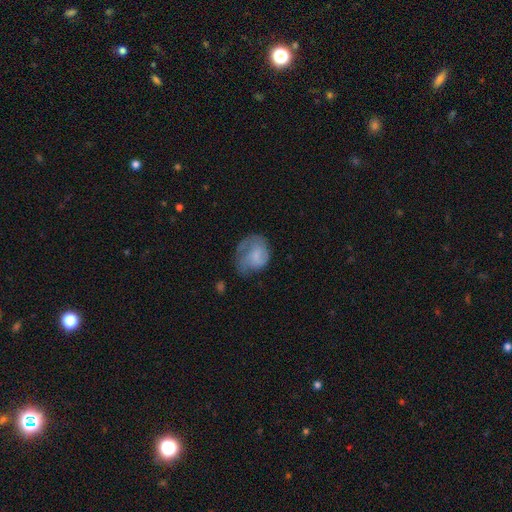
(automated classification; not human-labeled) Q: Smooth or featured?
A: smooth (53%); runner-up: featured or disk (38%)
Q: How rounded?
A: round (50%); runner-up: in between (49%)
Q: Merging?
A: none (37%); runner-up: minor disturbance (30%)